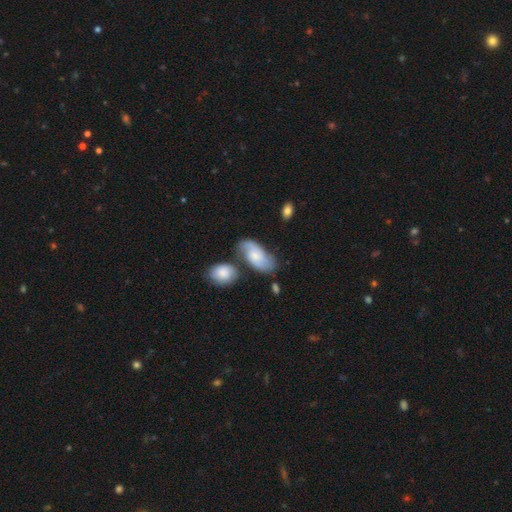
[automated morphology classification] smooth_or_featured: featured or disk (p=0.62) [alt: smooth p=0.32]
disk_edge_on: no (p=0.95) [alt: yes p=0.05]
bar: no (p=0.58) [alt: weak p=0.36]
has_spiral_arms: yes (p=0.92) [alt: no p=0.08]
spiral_winding: medium (p=0.47) [alt: loose p=0.28]
spiral_arm_count: 2 (p=0.78) [alt: can't tell p=0.11]
bulge_size: small (p=0.50) [alt: moderate p=0.27]
merging: none (p=0.57) [alt: minor disturbance p=0.19]